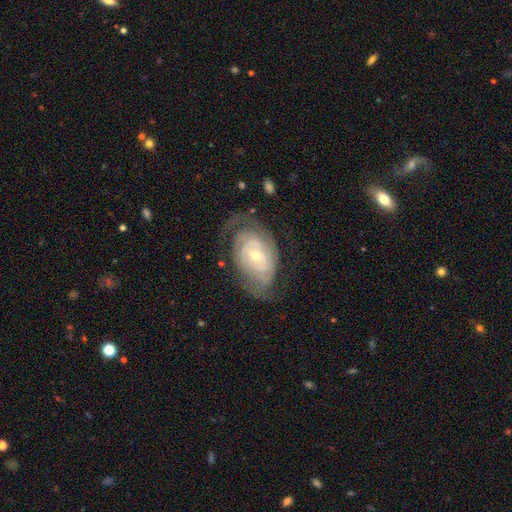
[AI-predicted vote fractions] Smooth or featured? Predicted: featured or disk (p=0.83). Edge-on disk? Predicted: no (p=0.96). Bar? Predicted: no (p=0.60). Spiral arms? Predicted: yes (p=0.89). Spiral winding? Predicted: tight (p=0.68). Spiral arm count? Predicted: can't tell (p=0.39). Bulge size? Predicted: small (p=0.51). Merging? Predicted: none (p=0.60).